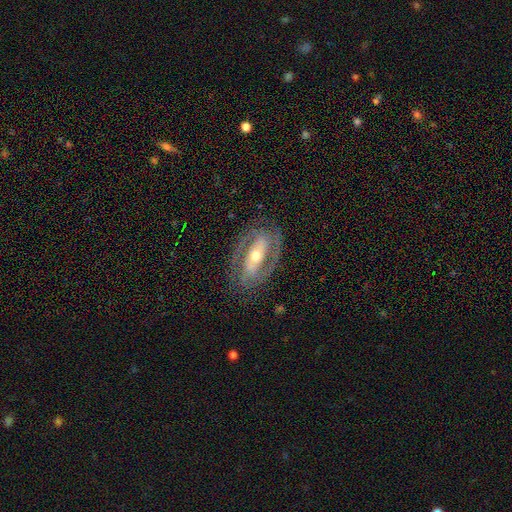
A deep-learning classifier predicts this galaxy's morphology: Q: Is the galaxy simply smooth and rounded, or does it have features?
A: featured or disk — 86%.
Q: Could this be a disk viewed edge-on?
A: no — 93%.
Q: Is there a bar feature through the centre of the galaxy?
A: strong — 53%.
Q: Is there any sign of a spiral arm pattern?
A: yes — 89%.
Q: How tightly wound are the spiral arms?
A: tight — 47%.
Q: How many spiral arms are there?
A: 2 — 87%.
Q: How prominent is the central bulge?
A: moderate — 59%.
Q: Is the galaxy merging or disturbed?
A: none — 80%.